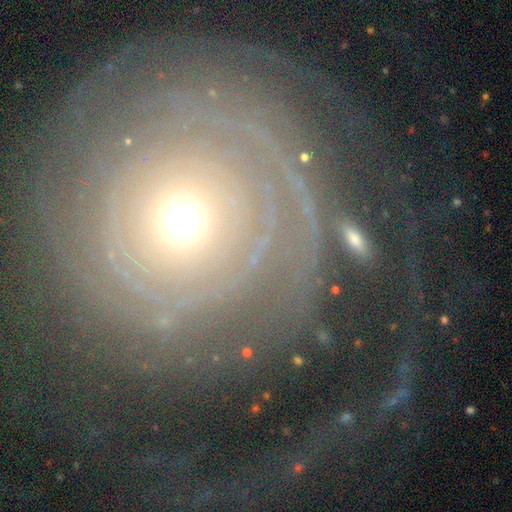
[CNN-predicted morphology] Smooth or featured?
  - featured or disk: 75% *
  - smooth: 15%
  - star or artifact: 10%
Edge-on disk?
  - no: 96% *
  - yes: 4%
Bar?
  - no: 83% *
  - weak: 11%
  - strong: 6%
Spiral arms?
  - yes: 81% *
  - no: 19%
Spiral winding?
  - tight: 76% *
  - medium: 15%
  - loose: 8%
Spiral arm count?
  - can't tell: 35% *
  - 2: 19%
  - 3: 13%
  - more than 4: 12%
  - 4: 11%
  - 1: 10%
Bulge size?
  - moderate: 51% *
  - small: 40%
  - large: 6%
  - dominant: 2%
  - none: 2%
Merging?
  - none: 71% *
  - minor disturbance: 13%
  - major disturbance: 12%
  - merger: 4%